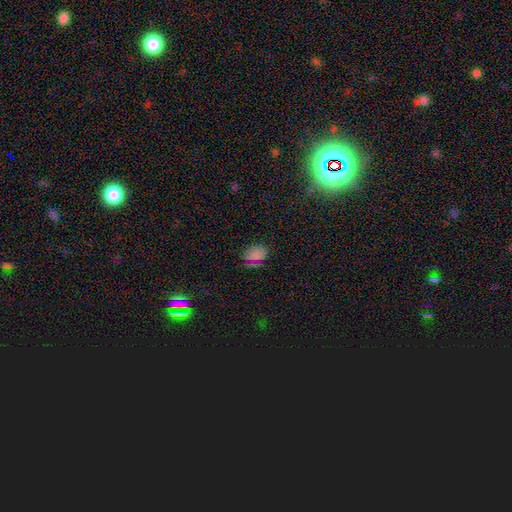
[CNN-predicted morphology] The model was most divided on "how rounded": in between: 61%, round: 37%, cigar-shaped: 2%. More confident: merging — none (78%); smooth or featured — smooth (67%).